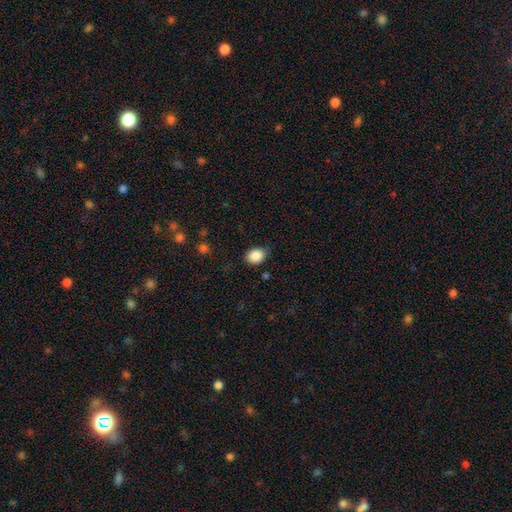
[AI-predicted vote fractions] Overall: smooth (87%). How rounded: in between (56%; round 43%). Merging: none (79%).